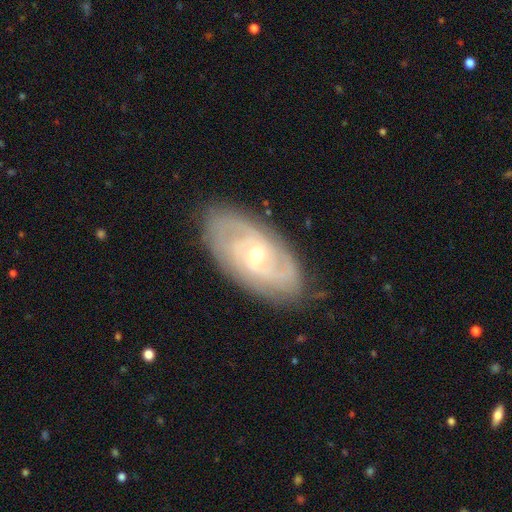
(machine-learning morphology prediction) A featured or disk galaxy (84%) with no bar (50%), 2 (37%) tight (61%) spiral arms (95%) and a small central bulge (51%). Merging: none (83%).